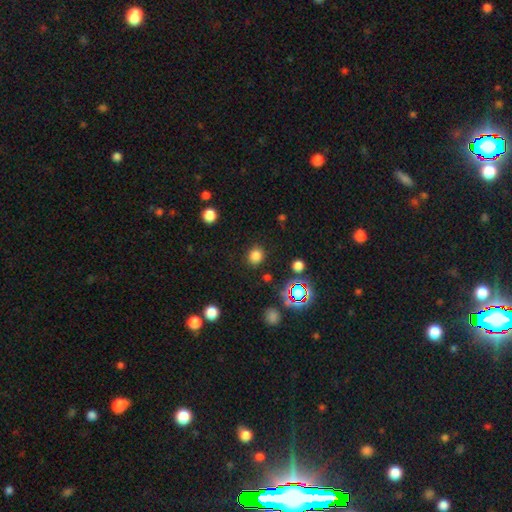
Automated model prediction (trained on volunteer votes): A smooth galaxy with no disk features (78%) that is round (82%). Merging: none (87%).